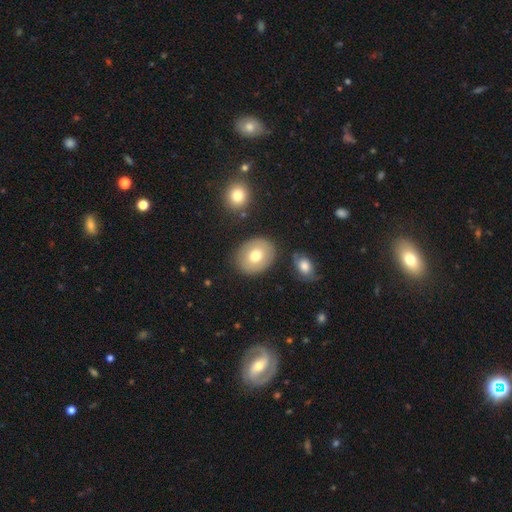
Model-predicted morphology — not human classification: type=smooth (70%); roundness=round (52%); merging=none (81%).